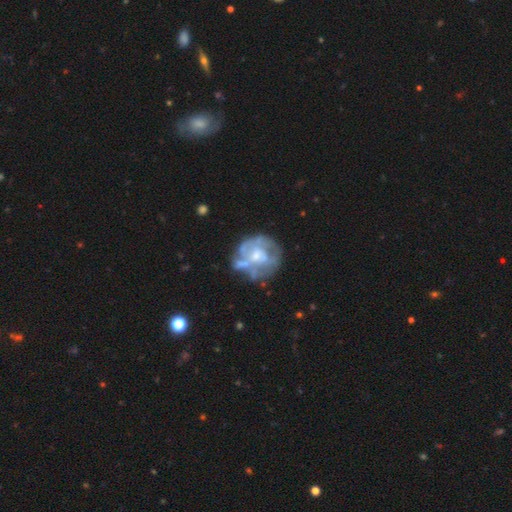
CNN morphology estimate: This appears to be a featured or disk galaxy (68%) with no bar (76%), no spiral arms (62%) and a moderate central bulge (49%). Merging: none (49%).